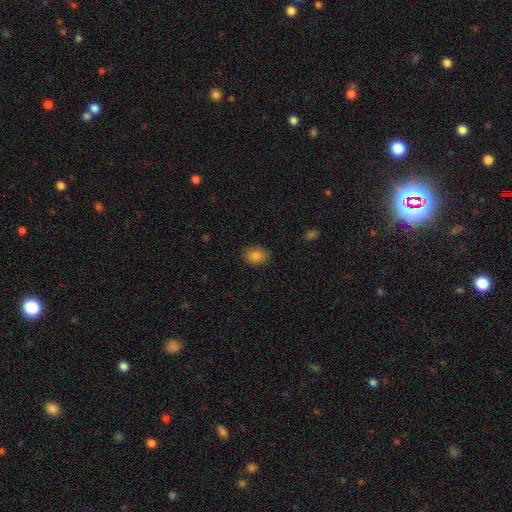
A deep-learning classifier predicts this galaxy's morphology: type=smooth (84%); roundness=in between (62%); merging=none (84%).